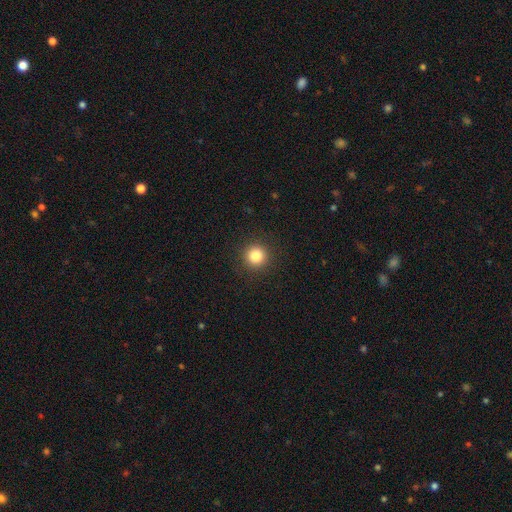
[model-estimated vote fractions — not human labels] Smooth or featured? smooth (83%)
How rounded? round (95%)
Merging? none (92%)